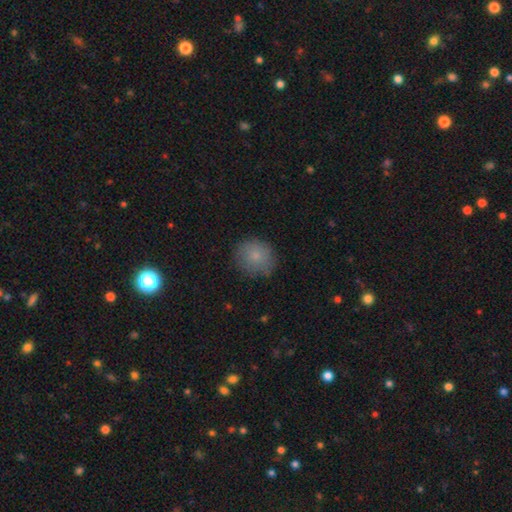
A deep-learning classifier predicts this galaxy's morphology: smooth_or_featured: smooth (p=0.81) [alt: star or artifact p=0.09]
how_rounded: round (p=0.84) [alt: in between p=0.15]
merging: none (p=0.82) [alt: minor disturbance p=0.14]